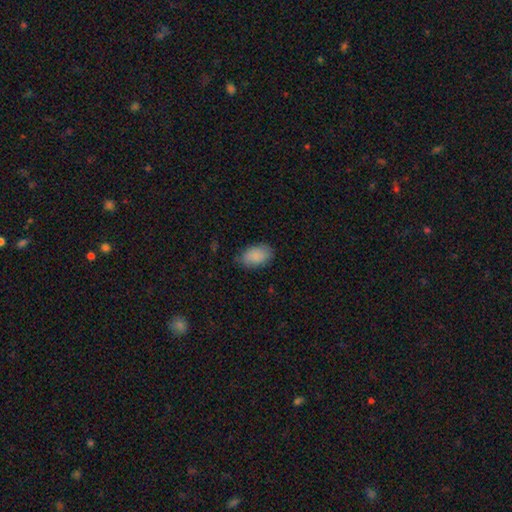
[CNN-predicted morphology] This is clearly a smooth galaxy (89%). How rounded: clearly in between (91%). Merging: likely none (79%).